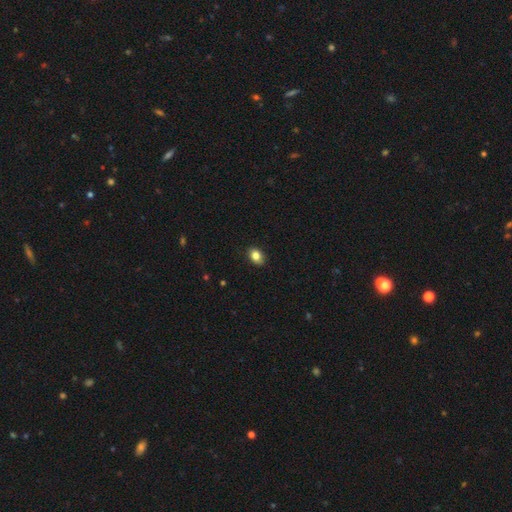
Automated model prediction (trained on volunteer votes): Morphology: type=smooth (84%); roundness=in between (73%); merging=none (87%).